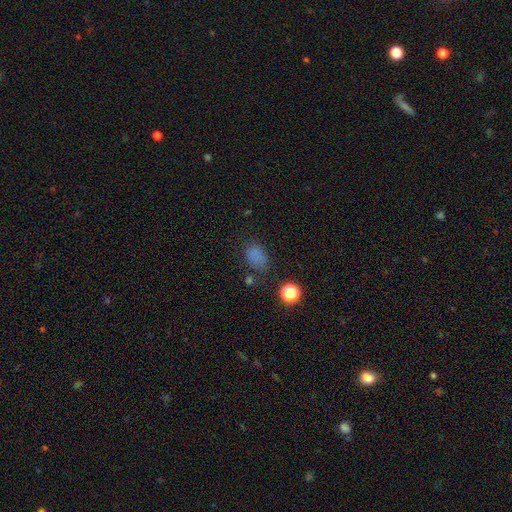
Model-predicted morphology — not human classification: This appears to be a smooth galaxy with no disk features (73%) that is in between round and cigar-shaped (72%). Merging: none (67%).